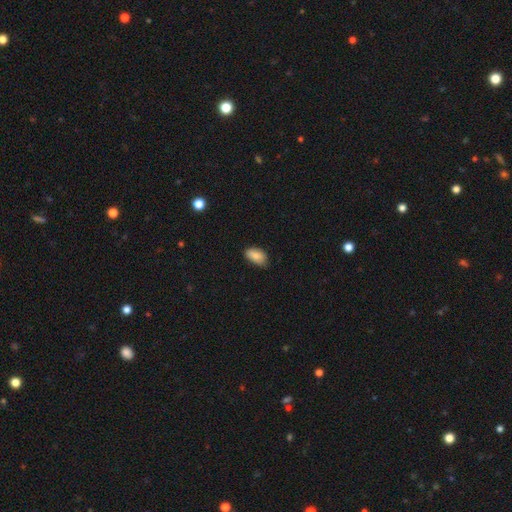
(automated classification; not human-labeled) smooth 85%, star or artifact 8%, featured or disk 7%. Down the decision tree: how rounded — in between (93%); merging — none (71%).